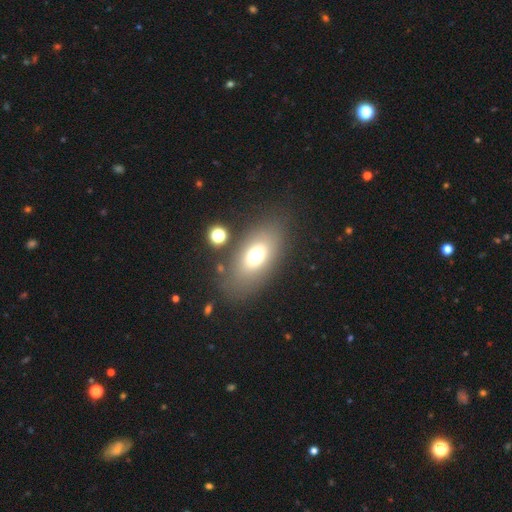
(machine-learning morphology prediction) smooth_or_featured: smooth (p=0.67) [alt: featured or disk p=0.19]
how_rounded: in between (p=0.83) [alt: round p=0.13]
merging: none (p=0.77) [alt: minor disturbance p=0.11]